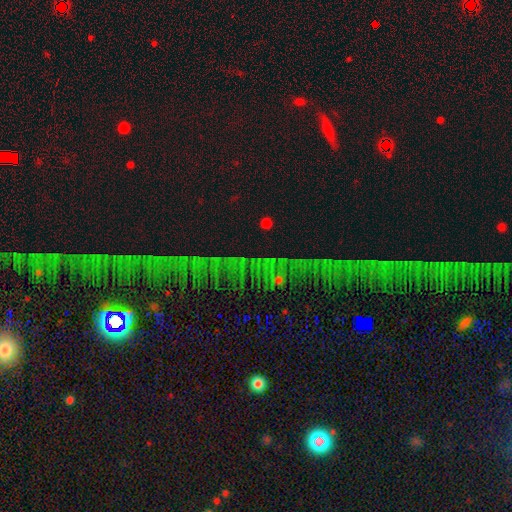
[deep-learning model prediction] smooth_or_featured: star or artifact (p=0.78) [alt: featured or disk p=0.12]